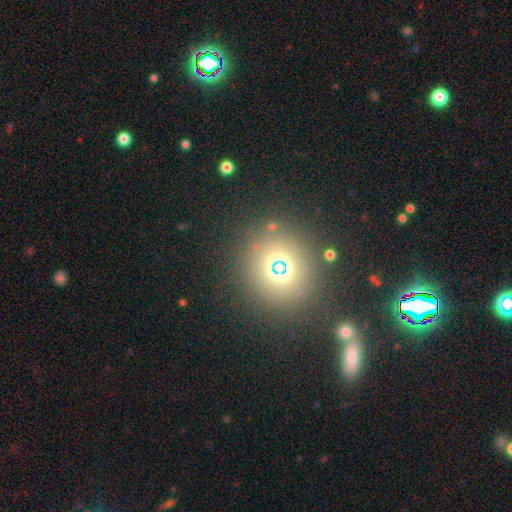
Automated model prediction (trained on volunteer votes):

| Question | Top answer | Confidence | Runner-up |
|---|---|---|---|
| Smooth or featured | smooth | 42% | star or artifact (33%) |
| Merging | none | 77% | minor disturbance (11%) |